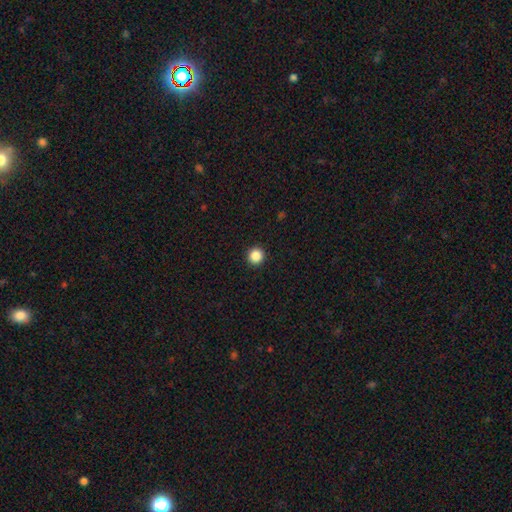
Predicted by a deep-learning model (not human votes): Smooth or featured? Predicted: smooth (p=0.87). How rounded? Predicted: round (p=0.95). Merging? Predicted: none (p=0.93).